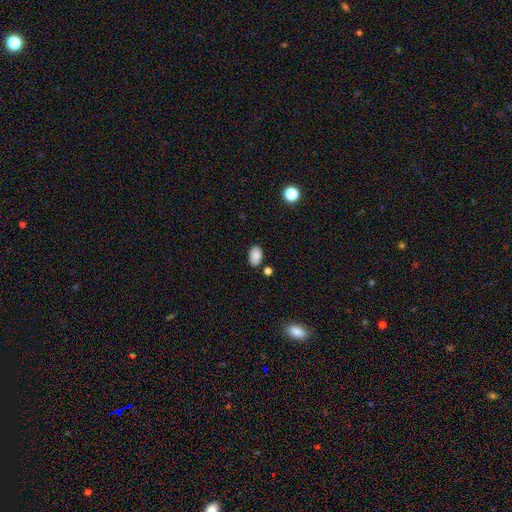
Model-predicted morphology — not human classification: This appears to be a smooth galaxy with no disk features (85%) that is in between round and cigar-shaped (91%). Merging: none (79%).